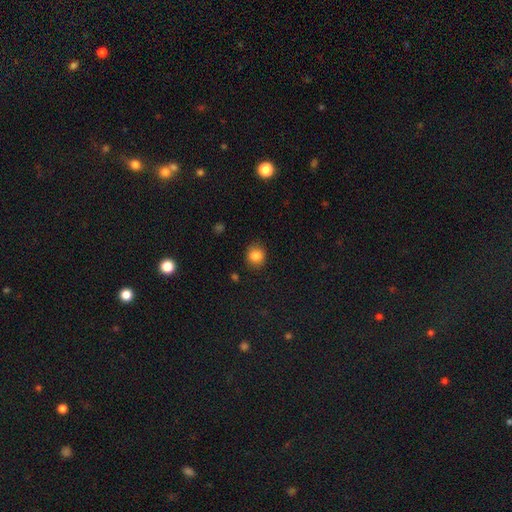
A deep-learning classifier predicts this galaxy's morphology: type=smooth (84%); roundness=round (81%); merging=none (87%).